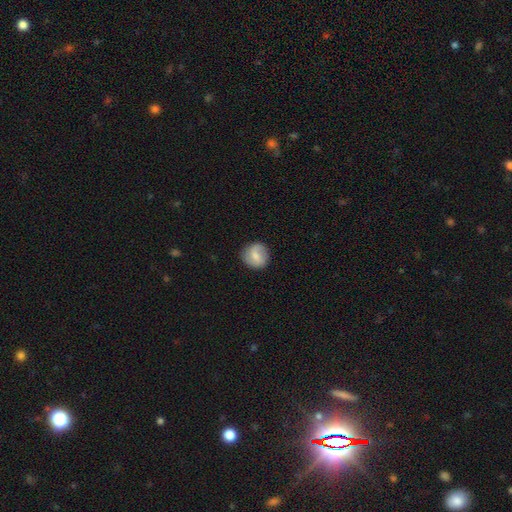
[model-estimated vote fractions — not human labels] Q: Smooth or featured?
A: smooth (61%); runner-up: featured or disk (32%)
Q: How rounded?
A: round (89%); runner-up: in between (10%)
Q: Merging?
A: none (83%); runner-up: minor disturbance (12%)